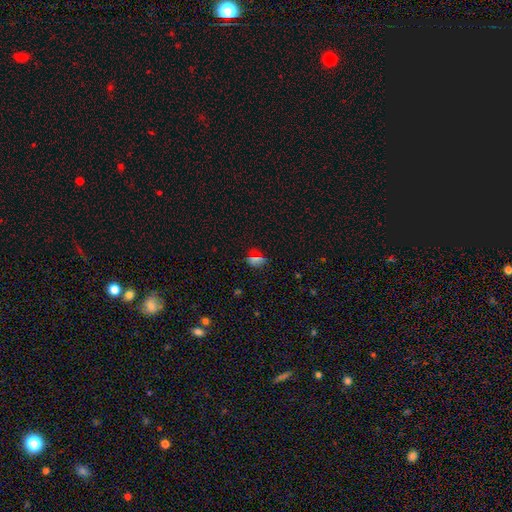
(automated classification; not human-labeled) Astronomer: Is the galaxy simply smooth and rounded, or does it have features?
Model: smooth — 61%.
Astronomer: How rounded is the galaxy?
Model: round — 49% (runner-up: in between, 45%).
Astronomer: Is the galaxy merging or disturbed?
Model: none — 83%.